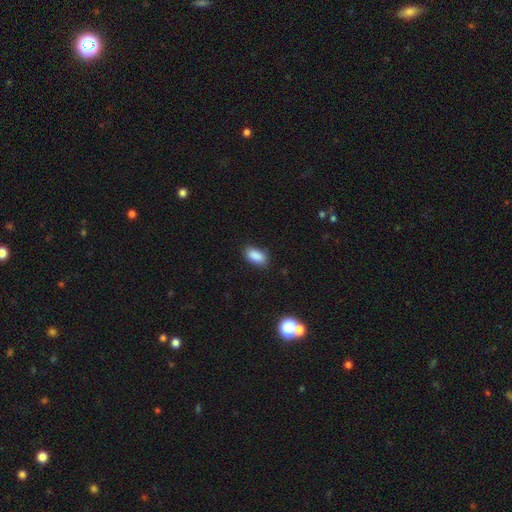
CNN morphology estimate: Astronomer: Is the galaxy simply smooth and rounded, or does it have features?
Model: smooth — 88%.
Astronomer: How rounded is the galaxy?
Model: in between — 92%.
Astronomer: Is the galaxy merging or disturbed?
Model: none — 84%.